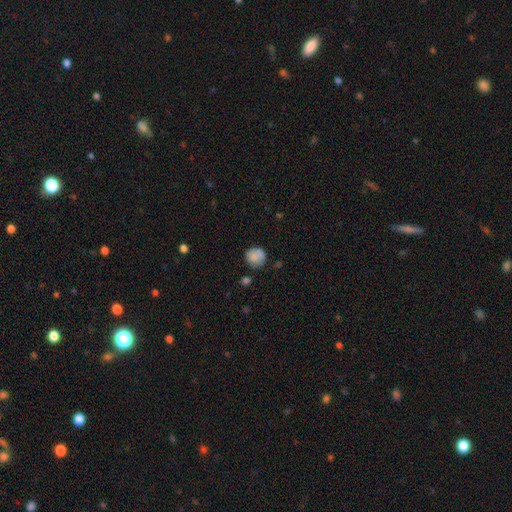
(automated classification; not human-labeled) smooth_or_featured: smooth (p=0.77) [alt: featured or disk p=0.14]
how_rounded: round (p=0.84) [alt: in between p=0.15]
merging: none (p=0.64) [alt: minor disturbance p=0.21]